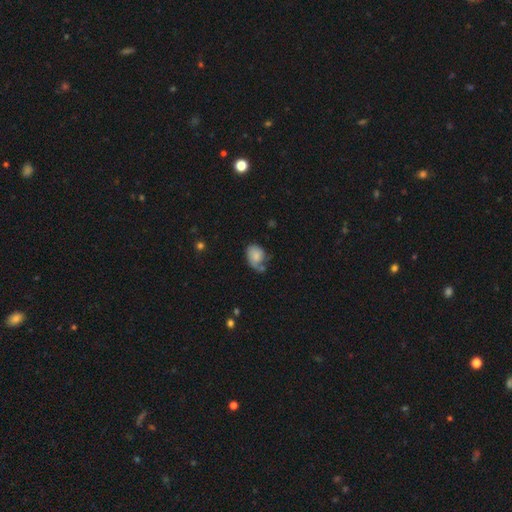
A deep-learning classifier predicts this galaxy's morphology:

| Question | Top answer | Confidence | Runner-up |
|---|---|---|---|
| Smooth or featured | smooth | 57% | featured or disk (34%) |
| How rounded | in between | 68% | round (30%) |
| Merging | none | 36% | minor disturbance (31%) |